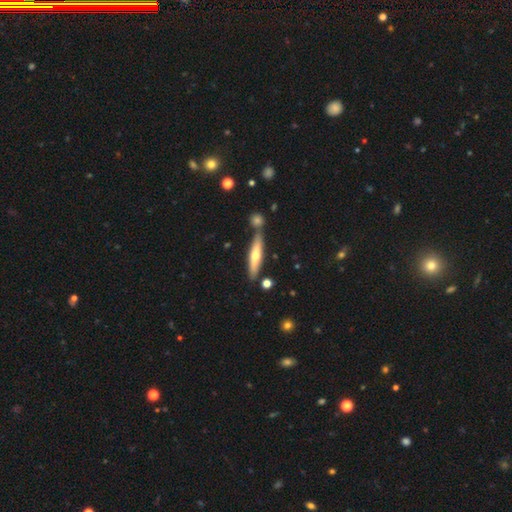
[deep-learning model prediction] A featured or disk galaxy (48%).

Vote fractions:
- Smooth or featured? featured or disk: 48% / smooth: 46% / star or artifact: 6%
- Merging? none: 77% / minor disturbance: 10% / merger: 10% / major disturbance: 2%